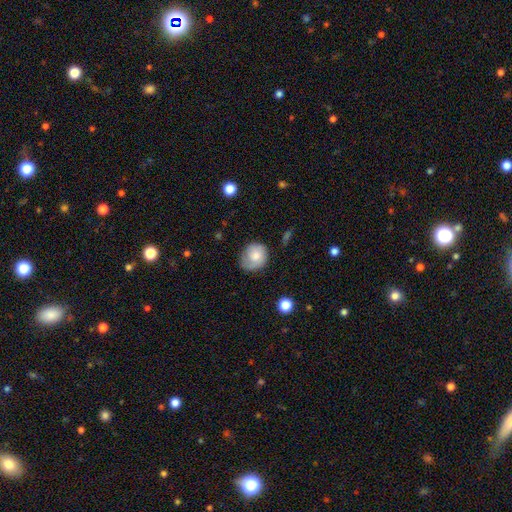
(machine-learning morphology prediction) type=smooth (69%); roundness=round (70%); merging=none (65%).